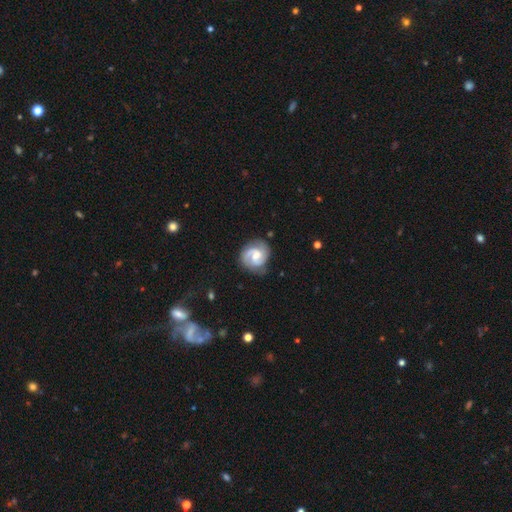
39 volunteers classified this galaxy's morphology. Volunteers were most divided on "bulge size": moderate: 35%, small: 32%, none: 19%, large: 11%, dominant: 3%. More confident: edge-on disk — no (100%); spiral arms — yes (97%); smooth or featured — featured or disk (95%); spiral arm count — 2 (78%); merging — none (73%); bar — weak (62%); spiral winding — medium (56%).